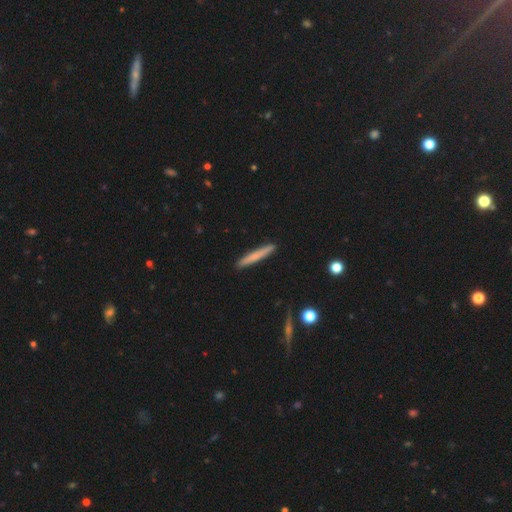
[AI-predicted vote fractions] Overall: smooth (69%). How rounded: cigar-shaped (96%). Merging: none (90%).